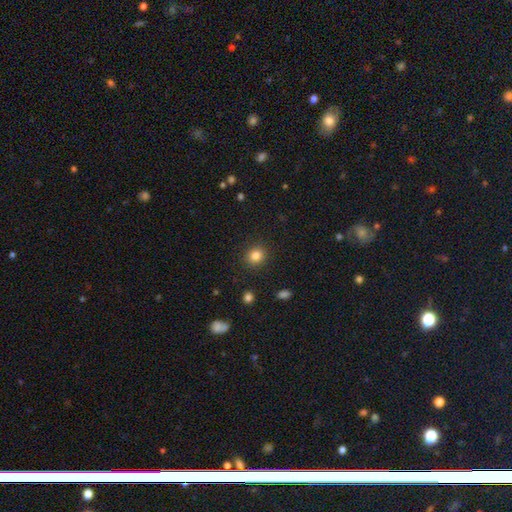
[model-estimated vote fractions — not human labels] smooth 83%, star or artifact 11%, featured or disk 6%. Down the decision tree: how rounded — round (82%); merging — none (90%).